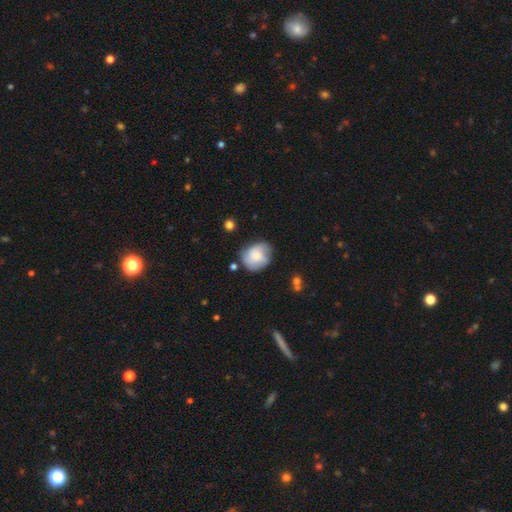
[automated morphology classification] Q: Smooth or featured?
A: smooth (49%); runner-up: featured or disk (44%)
Q: Merging?
A: none (65%); runner-up: minor disturbance (24%)